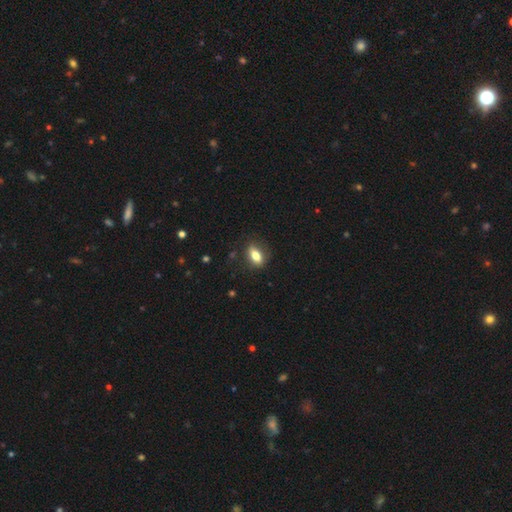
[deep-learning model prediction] smooth 78%, featured or disk 14%, star or artifact 8%. Down the decision tree: how rounded — in between (81%); merging — none (80%).